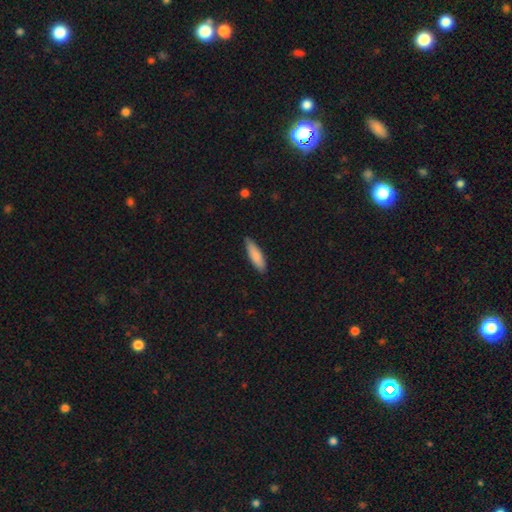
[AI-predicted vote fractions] A smooth galaxy with no disk features (85%) that is cigar-shaped (64%).

Vote fractions:
- Smooth or featured? smooth: 85% / featured or disk: 10% / star or artifact: 5%
- How rounded? cigar-shaped: 64% / in between: 34% / round: 1%
- Merging? none: 84% / minor disturbance: 14% / major disturbance: 2% / merger: 1%